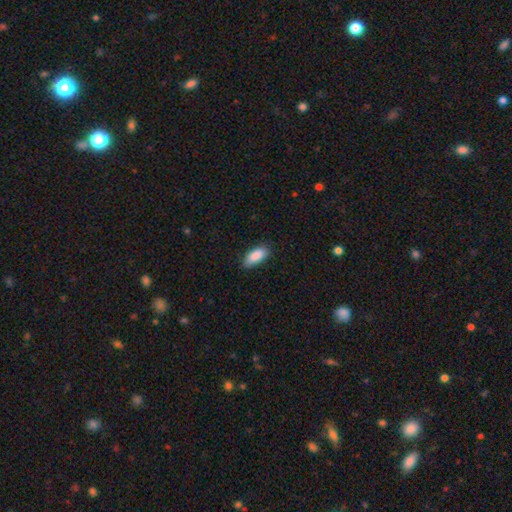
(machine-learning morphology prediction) Smooth or featured? smooth (89%)
How rounded? in between (85%)
Merging? none (80%)